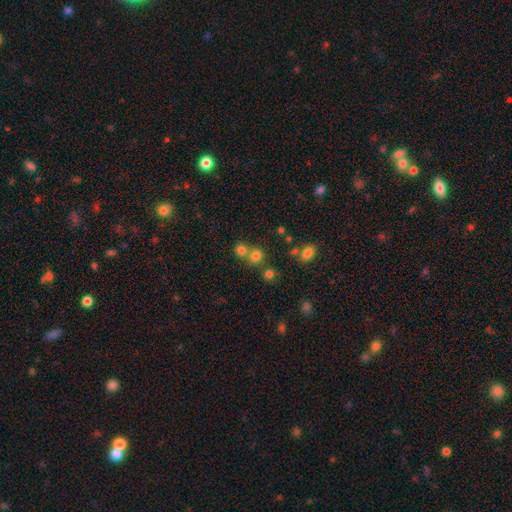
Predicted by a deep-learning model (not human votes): smooth-or-featured: smooth: 75% | star or artifact: 17% | featured or disk: 8%
  how-rounded: round: 86% | in between: 13% | cigar-shaped: 1%
  merging: none: 53% | merger: 38% | minor disturbance: 6% | major disturbance: 3%